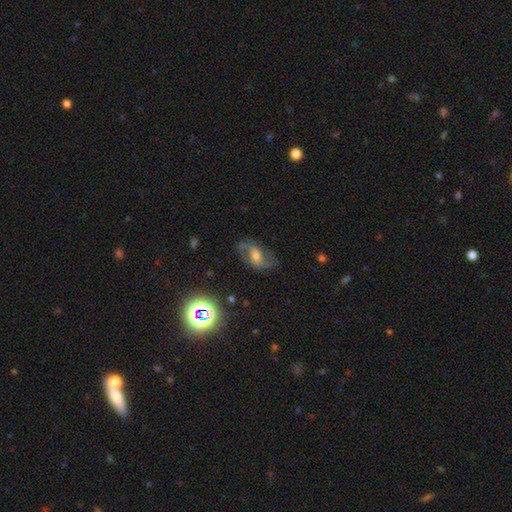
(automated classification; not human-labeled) Q: Smooth or featured?
A: featured or disk (68%); runner-up: smooth (18%)
Q: Edge-on disk?
A: no (95%); runner-up: yes (5%)
Q: Bar?
A: weak (43%); runner-up: no (34%)
Q: Spiral arms?
A: yes (89%); runner-up: no (11%)
Q: Spiral winding?
A: medium (46%); runner-up: loose (39%)
Q: Spiral arm count?
A: 2 (86%); runner-up: can't tell (7%)
Q: Bulge size?
A: moderate (55%); runner-up: small (28%)
Q: Merging?
A: none (71%); runner-up: minor disturbance (17%)